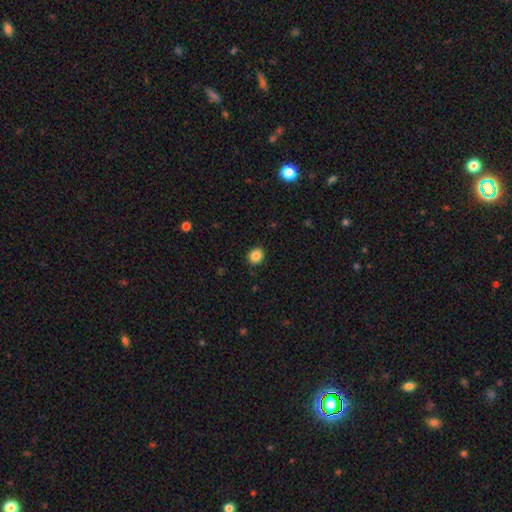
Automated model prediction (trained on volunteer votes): Morphology: type=smooth (86%); roundness=round (75%); merging=none (91%).